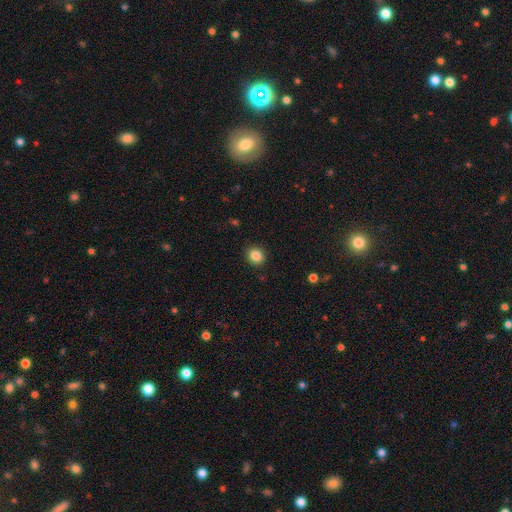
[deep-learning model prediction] Q: Smooth or featured?
A: smooth (85%); runner-up: star or artifact (10%)
Q: How rounded?
A: round (81%); runner-up: in between (18%)
Q: Merging?
A: none (91%); runner-up: minor disturbance (6%)